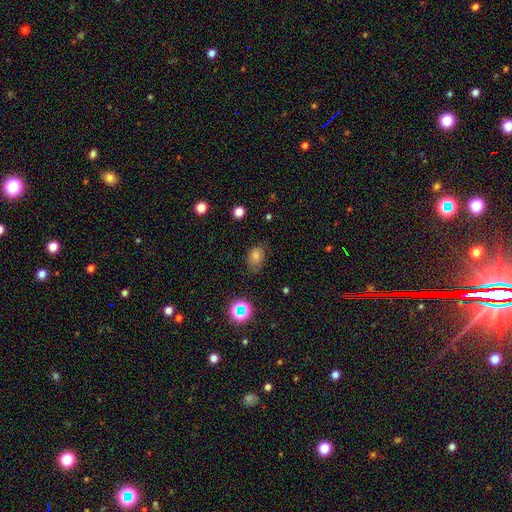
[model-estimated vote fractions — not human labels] A smooth galaxy with no disk features (71%) that is in between round and cigar-shaped (75%). Merging: none (69%).